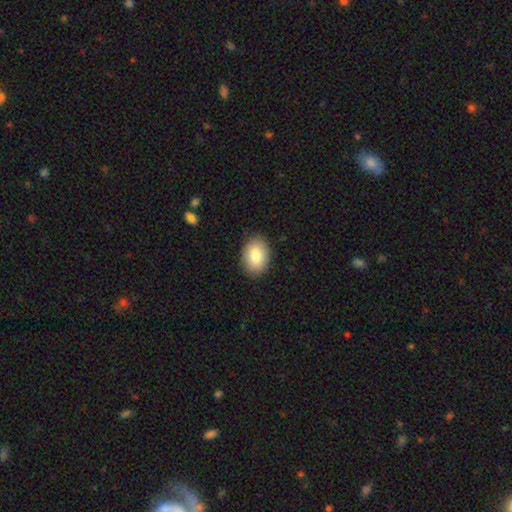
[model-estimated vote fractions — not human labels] Smooth or featured? Predicted: smooth (p=0.84). How rounded? Predicted: in between (p=0.79). Merging? Predicted: none (p=0.89).